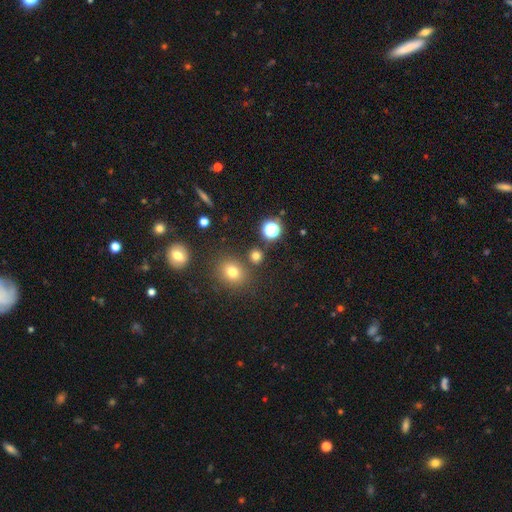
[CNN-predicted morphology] Smooth or featured? Predicted: smooth (p=0.69). How rounded? Predicted: round (p=0.82). Merging? Predicted: none (p=0.79).